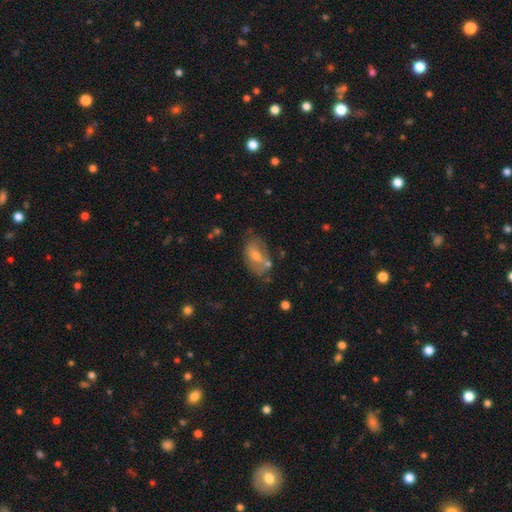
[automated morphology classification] Smooth or featured: smooth — 47% (featured or disk — 42%)
Merging: none — 57% (minor disturbance — 24%)